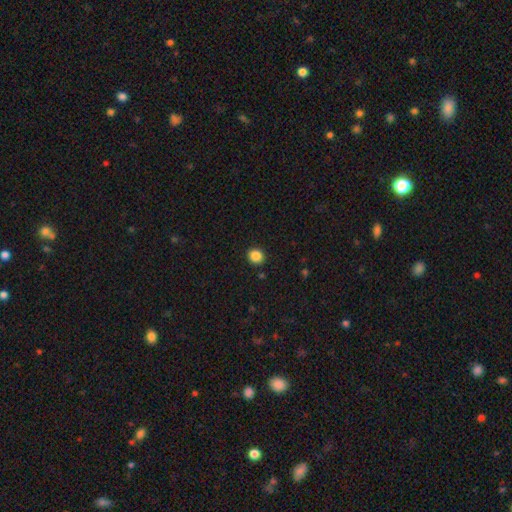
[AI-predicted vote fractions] Smooth or featured?
  - smooth: 87% *
  - star or artifact: 10%
  - featured or disk: 3%
How rounded?
  - round: 78% *
  - in between: 21%
  - cigar-shaped: 1%
Merging?
  - none: 90% *
  - minor disturbance: 6%
  - major disturbance: 2%
  - merger: 1%